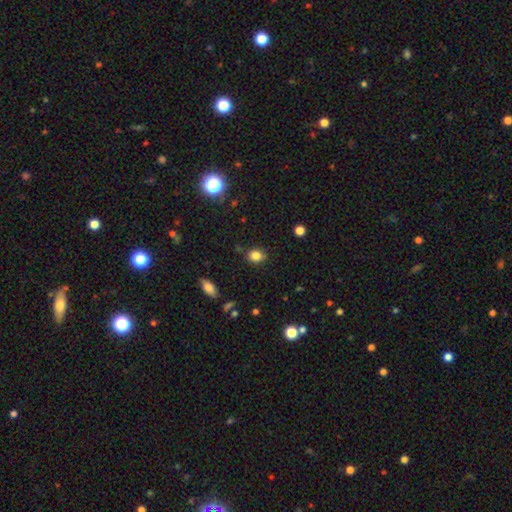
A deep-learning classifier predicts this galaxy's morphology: Q: Smooth or featured?
A: smooth (84%); runner-up: star or artifact (11%)
Q: How rounded?
A: in between (50%); runner-up: round (49%)
Q: Merging?
A: none (83%); runner-up: minor disturbance (12%)